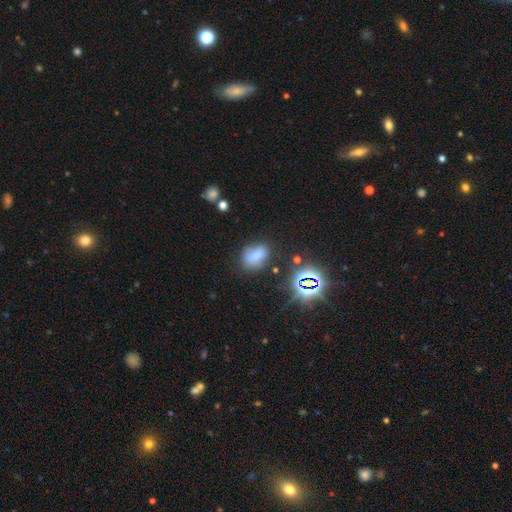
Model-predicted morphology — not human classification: This appears to be a smooth galaxy with no disk features (72%) that is in between round and cigar-shaped (79%). Merging: none (67%).